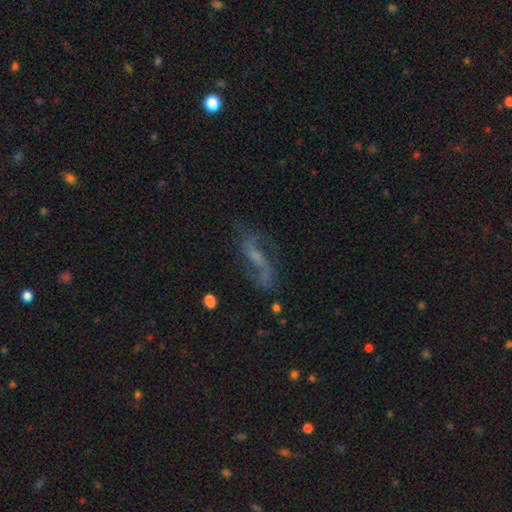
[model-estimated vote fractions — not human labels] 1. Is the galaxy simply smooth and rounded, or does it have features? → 73% featured or disk, 16% smooth, 11% star or artifact.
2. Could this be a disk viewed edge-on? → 90% no, 10% yes.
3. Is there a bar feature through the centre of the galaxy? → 42% weak, 33% no, 25% strong.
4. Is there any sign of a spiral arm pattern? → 87% yes, 13% no.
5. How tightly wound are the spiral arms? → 64% loose, 29% medium, 8% tight.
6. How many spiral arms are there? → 85% 2, 6% can't tell, 4% 1, 2% 3, 1% 4, 1% more than 4.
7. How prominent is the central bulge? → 39% none, 34% small, 21% moderate, 5% large, 1% dominant.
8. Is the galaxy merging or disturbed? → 60% none, 18% minor disturbance, 18% major disturbance, 4% merger.